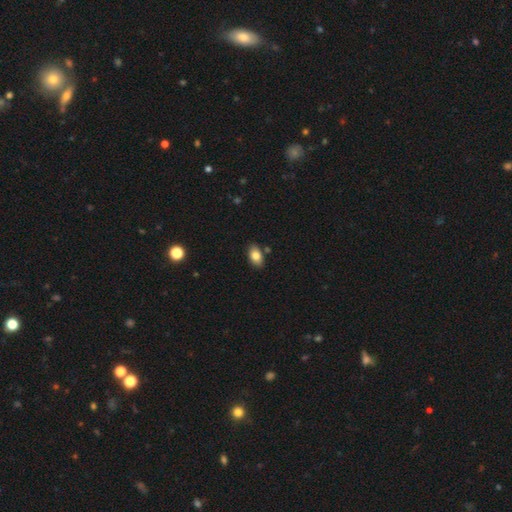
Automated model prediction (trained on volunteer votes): Q: Smooth or featured?
A: smooth (82%); runner-up: featured or disk (10%)
Q: How rounded?
A: in between (90%); runner-up: round (8%)
Q: Merging?
A: none (83%); runner-up: minor disturbance (11%)